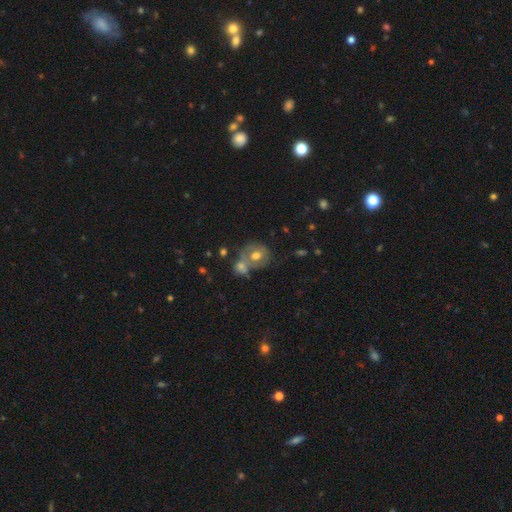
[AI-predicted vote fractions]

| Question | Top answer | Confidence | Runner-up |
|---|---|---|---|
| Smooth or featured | smooth | 45% | featured or disk (41%) |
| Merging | merger | 46% | none (37%) |